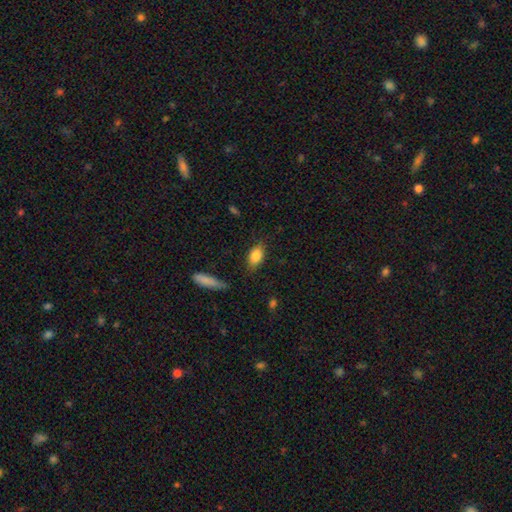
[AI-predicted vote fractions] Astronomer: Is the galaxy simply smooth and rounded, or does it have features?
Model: smooth — 84%.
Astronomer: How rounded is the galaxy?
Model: in between — 87%.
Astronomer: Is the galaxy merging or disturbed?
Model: none — 79%.